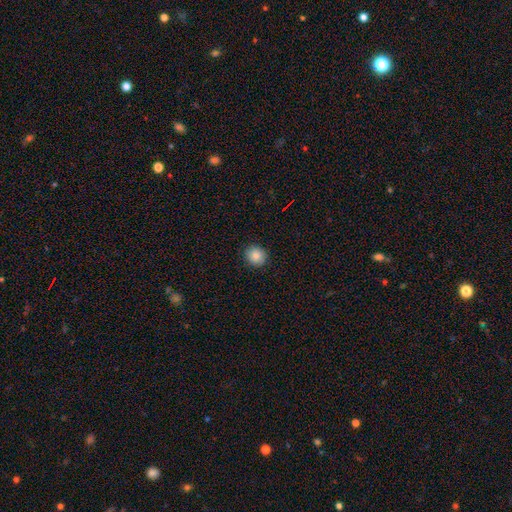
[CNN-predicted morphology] This appears to be a smooth galaxy with no disk features (85%) that is round (84%). Merging: none (90%).